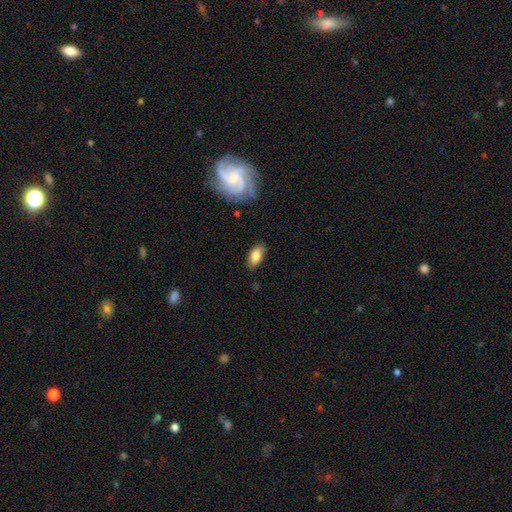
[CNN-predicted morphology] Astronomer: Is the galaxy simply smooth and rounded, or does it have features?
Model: smooth — 80%.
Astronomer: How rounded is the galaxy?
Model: in between — 91%.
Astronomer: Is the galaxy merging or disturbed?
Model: none — 80%.